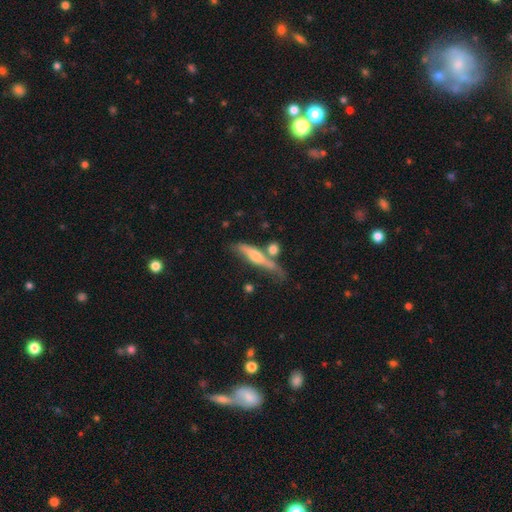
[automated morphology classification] Overall: featured or disk (49%; smooth 43%). Merging: none (44%; merger 22%).